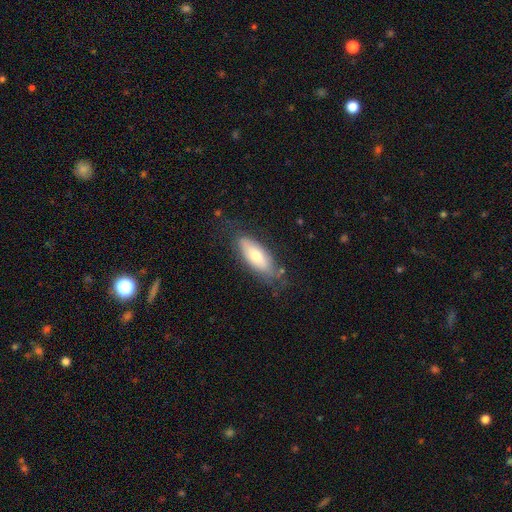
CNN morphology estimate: This is likely a smooth galaxy (62%). How rounded: likely in between (71%). Merging: likely none (71%).